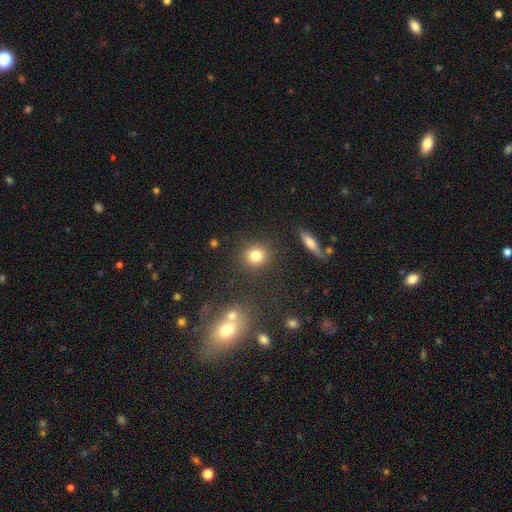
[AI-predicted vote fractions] This appears to be a smooth galaxy with no disk features (81%) that is round (86%). Merging: none (87%).